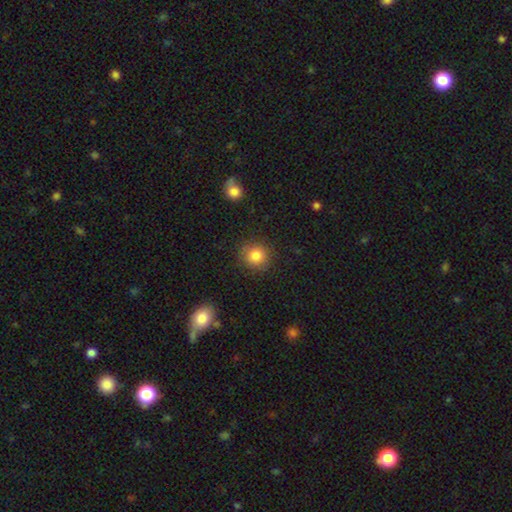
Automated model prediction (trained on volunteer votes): smooth-or-featured: smooth: 85% | star or artifact: 10% | featured or disk: 5%
  how-rounded: round: 90% | in between: 9% | cigar-shaped: 1%
  merging: none: 86% | minor disturbance: 9% | major disturbance: 3% | merger: 2%